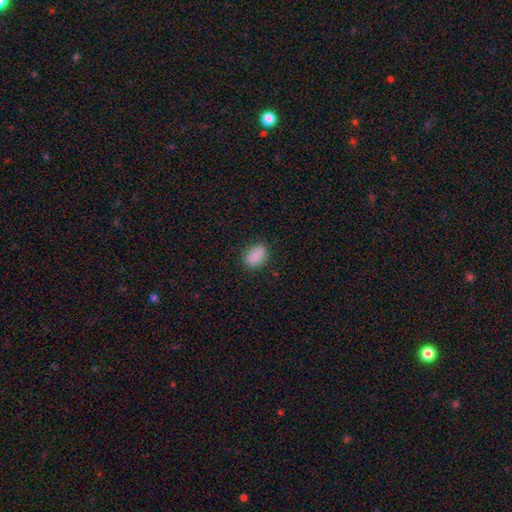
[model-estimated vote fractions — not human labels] A smooth galaxy with no disk features (88%) that is in between round and cigar-shaped (84%).

Vote fractions:
- Smooth or featured? smooth: 88% / star or artifact: 8% / featured or disk: 4%
- How rounded? in between: 84% / round: 14% / cigar-shaped: 2%
- Merging? none: 84% / minor disturbance: 12% / major disturbance: 3% / merger: 1%